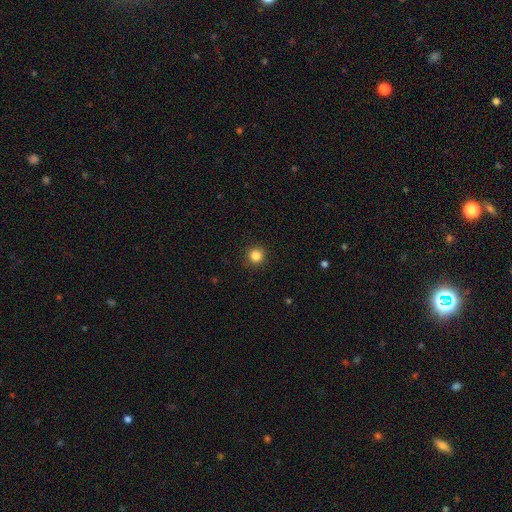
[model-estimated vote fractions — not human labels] smooth_or_featured: smooth (p=0.85) [alt: star or artifact p=0.11]
how_rounded: round (p=0.95) [alt: in between p=0.04]
merging: none (p=0.92) [alt: minor disturbance p=0.05]